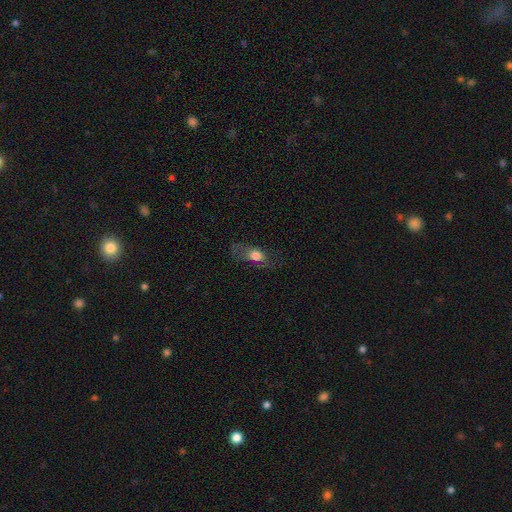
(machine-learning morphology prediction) Smooth or featured? Predicted: smooth (p=0.66). How rounded? Predicted: in between (p=0.69). Merging? Predicted: none (p=0.54).